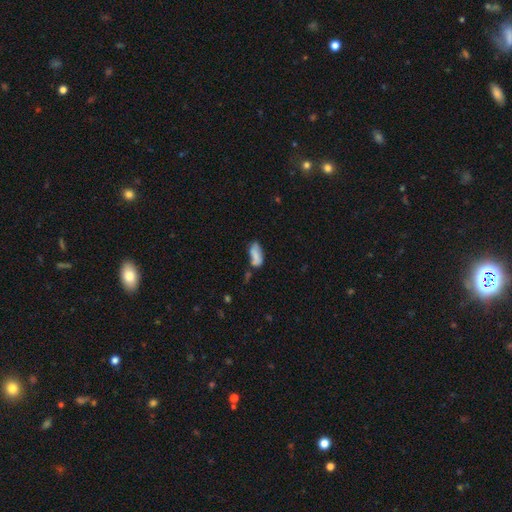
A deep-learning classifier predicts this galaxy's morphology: type=smooth (75%); roundness=in between (87%); merging=none (48%).